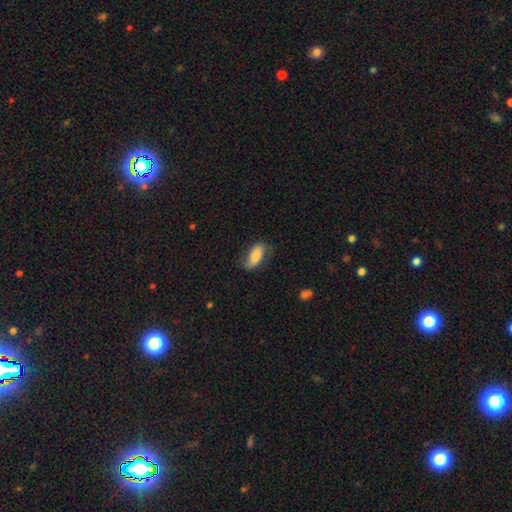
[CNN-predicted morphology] Q: Smooth or featured?
A: smooth (69%); runner-up: featured or disk (24%)
Q: How rounded?
A: in between (86%); runner-up: cigar-shaped (11%)
Q: Merging?
A: none (63%); runner-up: minor disturbance (27%)